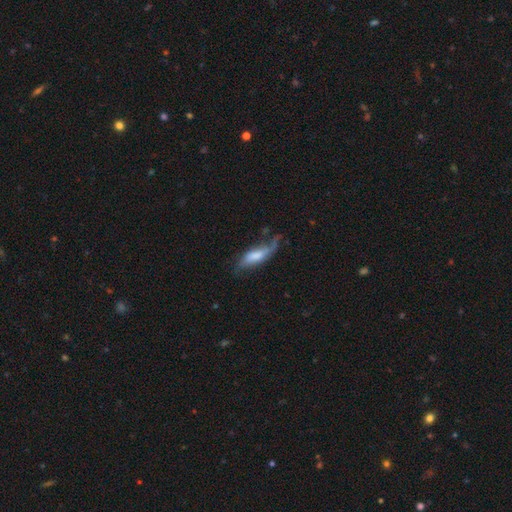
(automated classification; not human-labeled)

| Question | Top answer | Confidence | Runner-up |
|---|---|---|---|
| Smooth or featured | smooth | 50% | featured or disk (43%) |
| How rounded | in between | 57% | cigar-shaped (41%) |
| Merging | none | 40% | minor disturbance (32%) |